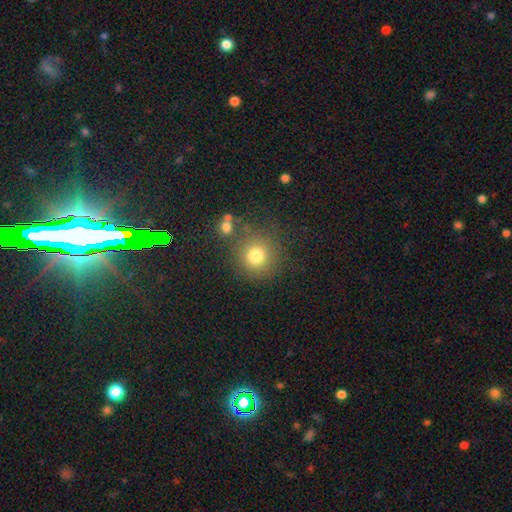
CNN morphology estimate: smooth_or_featured: smooth (p=0.78) [alt: star or artifact p=0.14]
how_rounded: round (p=0.92) [alt: in between p=0.07]
merging: none (p=0.79) [alt: minor disturbance p=0.10]